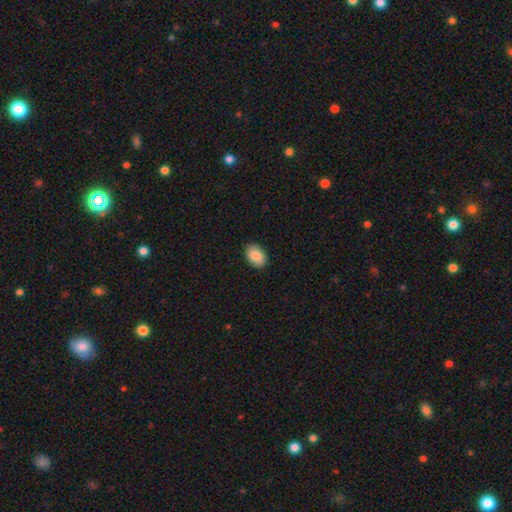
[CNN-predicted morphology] Q: Smooth or featured?
A: smooth (87%); runner-up: star or artifact (7%)
Q: How rounded?
A: in between (83%); runner-up: round (16%)
Q: Merging?
A: none (90%); runner-up: minor disturbance (8%)